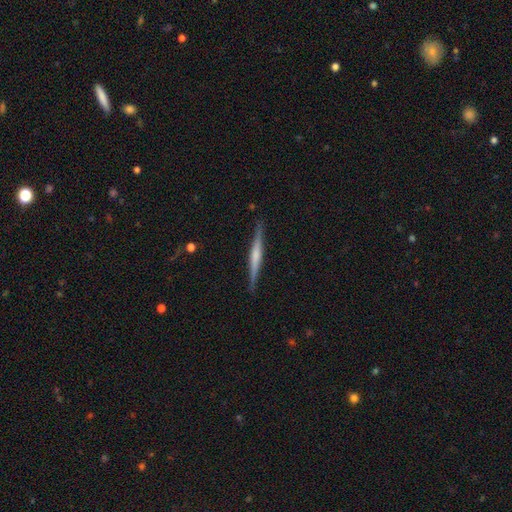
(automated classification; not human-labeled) The model was most divided on "edge-on bulge": rounded: 47%, none: 33%, boxy: 20%. More confident: edge-on disk — yes (98%); merging — none (90%); smooth or featured — featured or disk (65%).